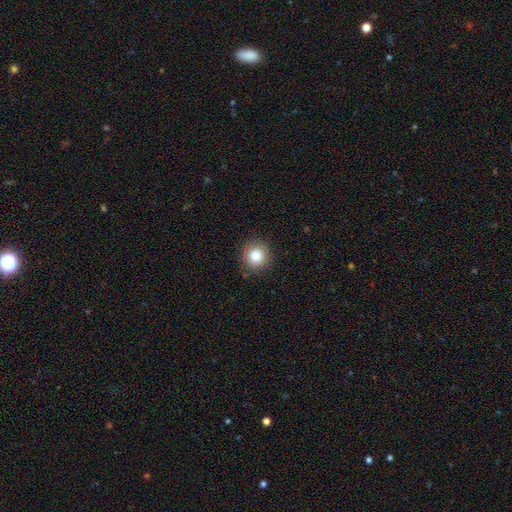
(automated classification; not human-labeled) The model was most divided on "smooth or featured": smooth: 82%, star or artifact: 11%, featured or disk: 8%. More confident: how rounded — round (91%); merging — none (89%).